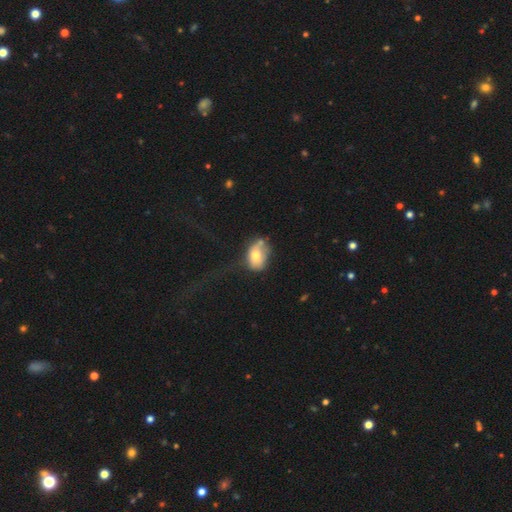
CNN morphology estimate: Q: Smooth or featured?
A: smooth (64%); runner-up: featured or disk (27%)
Q: How rounded?
A: in between (74%); runner-up: round (25%)
Q: Merging?
A: none (32%); runner-up: minor disturbance (29%)